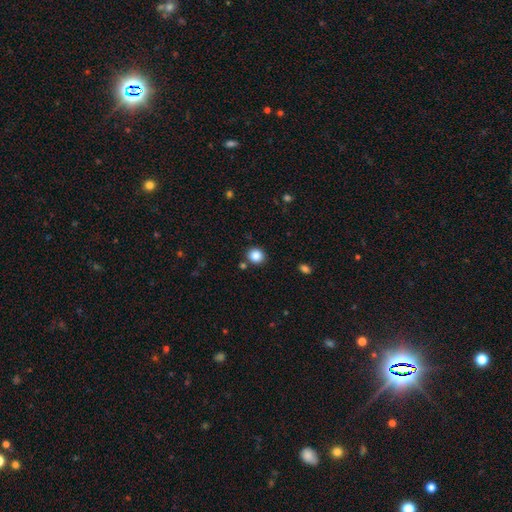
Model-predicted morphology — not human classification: Smooth or featured? Predicted: smooth (p=0.86). How rounded? Predicted: round (p=0.81). Merging? Predicted: none (p=0.85).